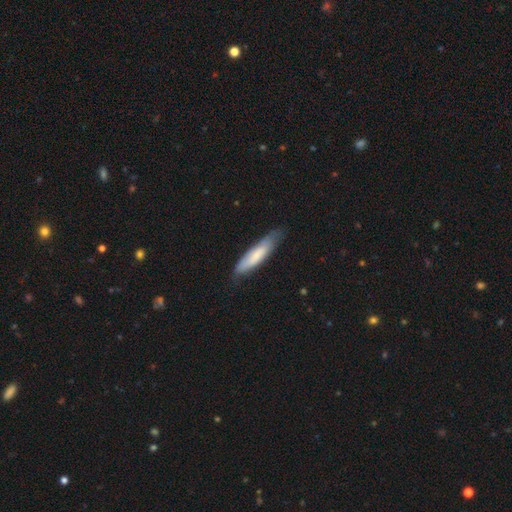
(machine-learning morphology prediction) The model was most divided on "merging": none: 65%, minor disturbance: 28%, major disturbance: 6%, merger: 2%. More confident: how rounded — cigar-shaped (74%); smooth or featured — smooth (70%).